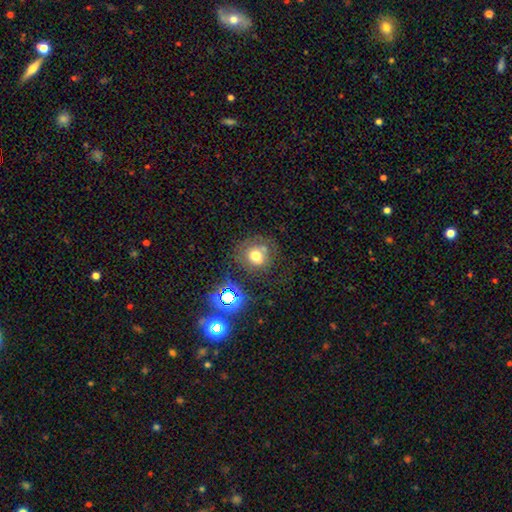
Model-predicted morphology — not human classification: smooth 62%, featured or disk 19%, star or artifact 19%. Down the decision tree: how rounded — round (83%); merging — none (57%).